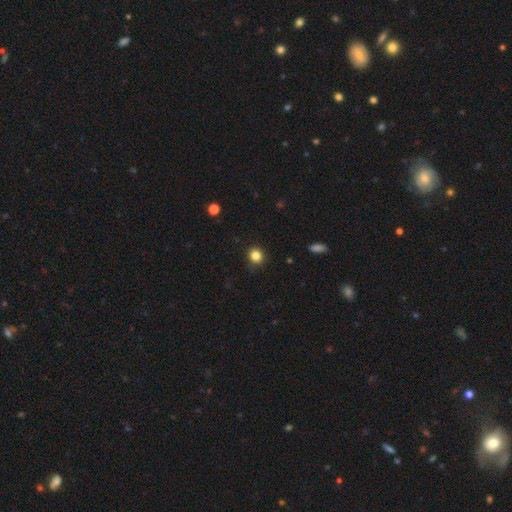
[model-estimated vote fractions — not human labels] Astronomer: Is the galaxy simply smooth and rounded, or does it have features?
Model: smooth — 84%.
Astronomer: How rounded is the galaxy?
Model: round — 89%.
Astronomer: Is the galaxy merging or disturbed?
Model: none — 87%.